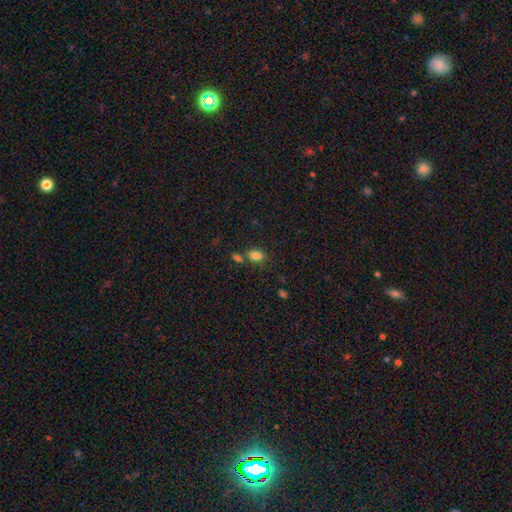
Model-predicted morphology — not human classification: A smooth galaxy with no disk features (81%) that is in between round and cigar-shaped (70%). Merging: none (61%).